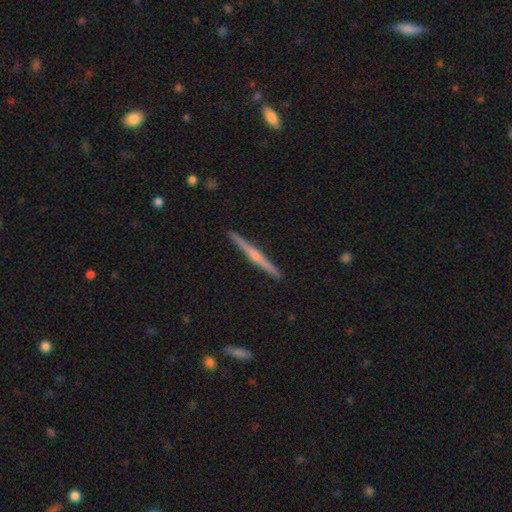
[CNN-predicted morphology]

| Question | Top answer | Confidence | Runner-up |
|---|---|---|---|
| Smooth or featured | featured or disk | 69% | smooth (26%) |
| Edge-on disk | yes | 98% | no (2%) |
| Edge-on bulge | rounded | 66% | none (25%) |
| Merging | none | 92% | minor disturbance (5%) |